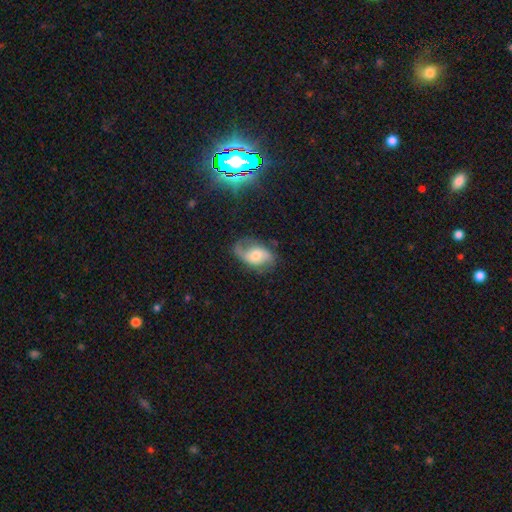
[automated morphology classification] A featured or disk galaxy (62%) with no bar (59%), 2 (70%) loose (49%) spiral arms (87%) and a moderate central bulge (56%).

Vote fractions:
- Smooth or featured? featured or disk: 62% / smooth: 29% / star or artifact: 9%
- Edge-on disk? no: 95% / yes: 5%
- Bar? no: 59% / weak: 33% / strong: 8%
- Spiral arms? yes: 87% / no: 13%
- Spiral winding? loose: 49% / medium: 37% / tight: 14%
- Spiral arm count? 2: 70% / 1: 19% / can't tell: 8% / 3: 1% / 4: 1% / more than 4: 1%
- Bulge size? moderate: 56% / small: 27% / large: 12% / none: 3% / dominant: 2%
- Merging? none: 54% / minor disturbance: 26% / major disturbance: 17% / merger: 2%